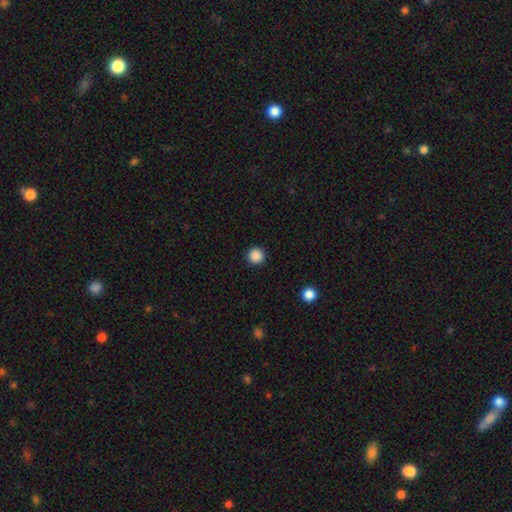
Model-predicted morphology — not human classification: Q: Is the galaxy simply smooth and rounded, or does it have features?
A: smooth — 87%.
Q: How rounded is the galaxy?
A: round — 96%.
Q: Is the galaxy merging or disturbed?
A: none — 93%.